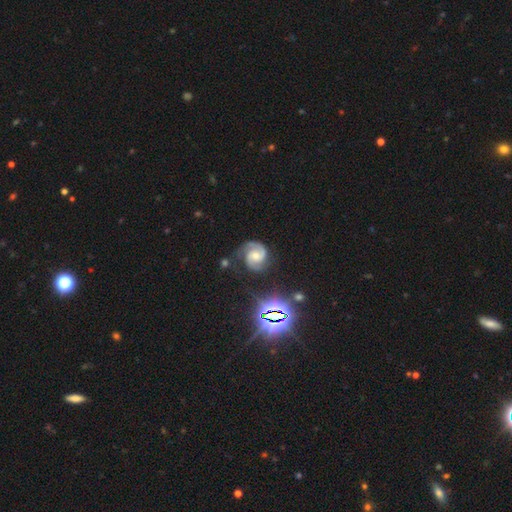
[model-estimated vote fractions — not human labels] Smooth or featured? Predicted: featured or disk (p=0.86). Edge-on disk? Predicted: no (p=0.98). Bar? Predicted: no (p=0.62). Spiral arms? Predicted: yes (p=0.98). Spiral winding? Predicted: tight (p=0.46, tied with medium). Spiral arm count? Predicted: 2 (p=0.88). Bulge size? Predicted: moderate (p=0.49). Merging? Predicted: none (p=0.71).